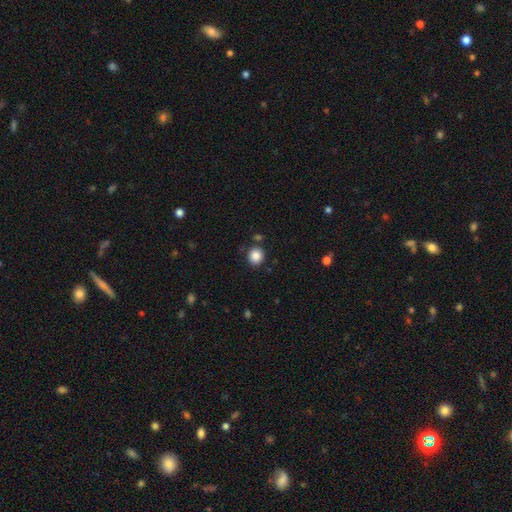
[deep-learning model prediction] smooth-or-featured: smooth: 87% | star or artifact: 10% | featured or disk: 4%
  how-rounded: round: 87% | in between: 12% | cigar-shaped: 1%
  merging: none: 85% | minor disturbance: 8% | merger: 4% | major disturbance: 3%